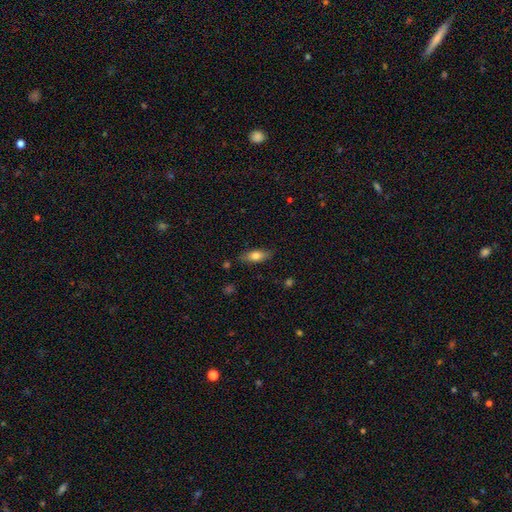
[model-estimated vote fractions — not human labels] Smooth or featured? smooth (74%)
How rounded? in between (72%)
Merging? none (81%)